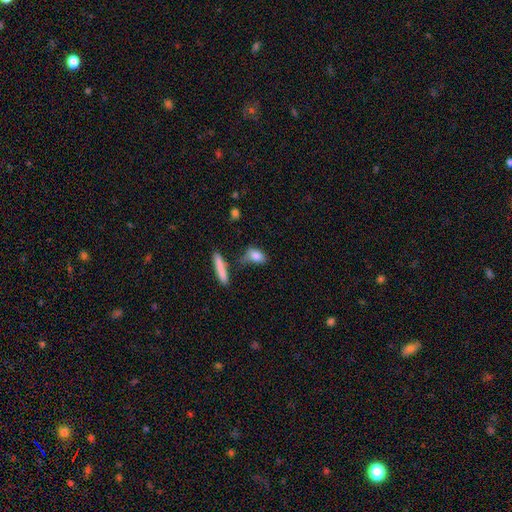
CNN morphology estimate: Q: Smooth or featured?
A: smooth (81%); runner-up: featured or disk (11%)
Q: How rounded?
A: in between (73%); runner-up: cigar-shaped (15%)
Q: Merging?
A: none (48%); runner-up: minor disturbance (25%)